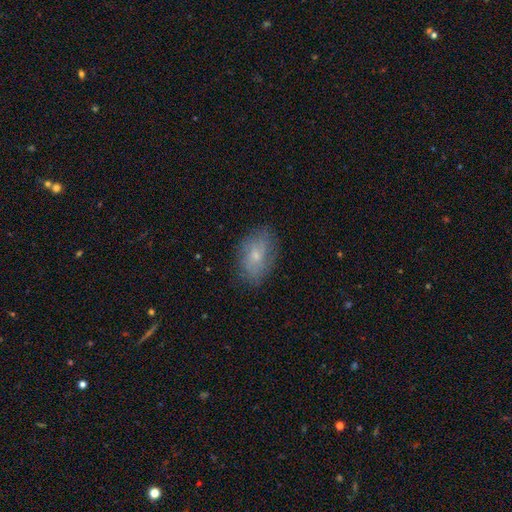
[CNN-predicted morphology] Smooth or featured: smooth — 54% (featured or disk — 37%)
How rounded: in between — 86% (round — 12%)
Merging: none — 73% (minor disturbance — 19%)